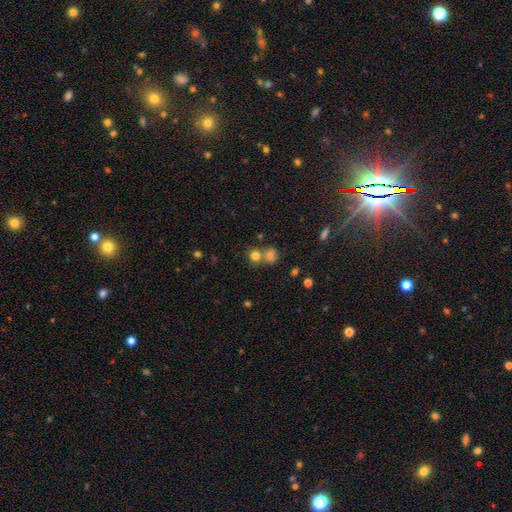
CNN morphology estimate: This appears to be a smooth galaxy with no disk features (77%) that is round (84%). Merging: none (52%).